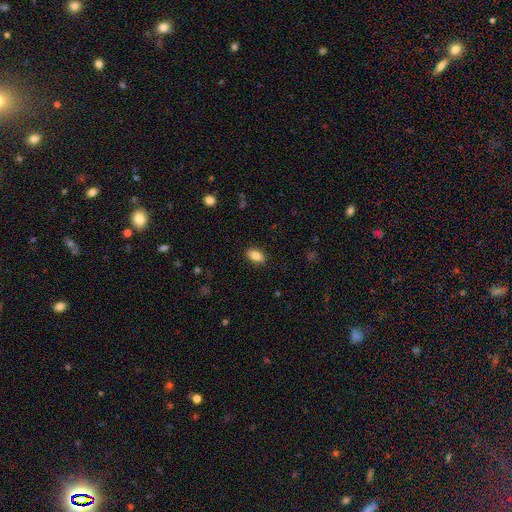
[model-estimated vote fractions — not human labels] Smooth or featured: smooth — 84% (featured or disk — 8%)
How rounded: in between — 91% (cigar-shaped — 5%)
Merging: none — 88% (minor disturbance — 9%)